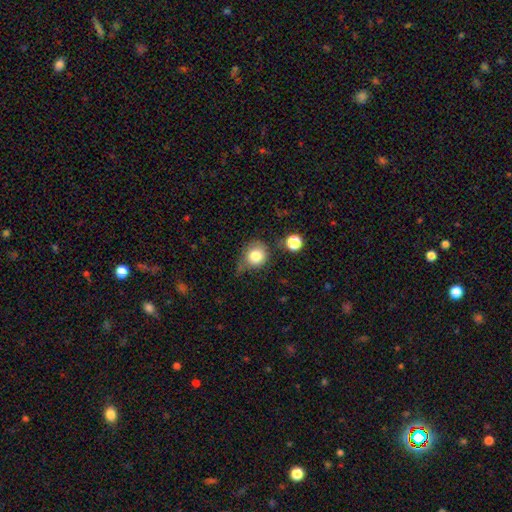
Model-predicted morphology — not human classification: Smooth or featured? smooth (80%)
How rounded? round (85%)
Merging? none (55%)